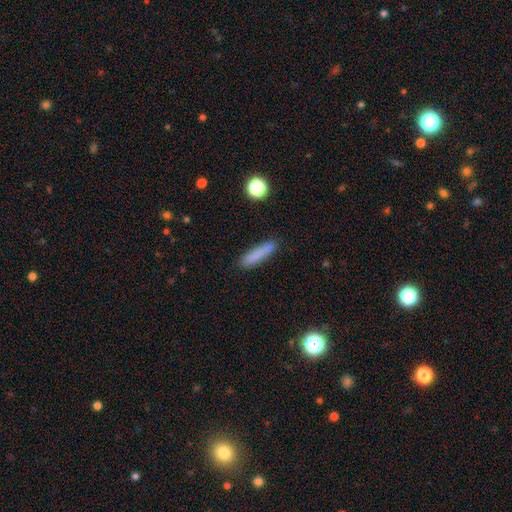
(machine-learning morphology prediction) Smooth or featured? smooth (82%)
How rounded? cigar-shaped (82%)
Merging? none (84%)